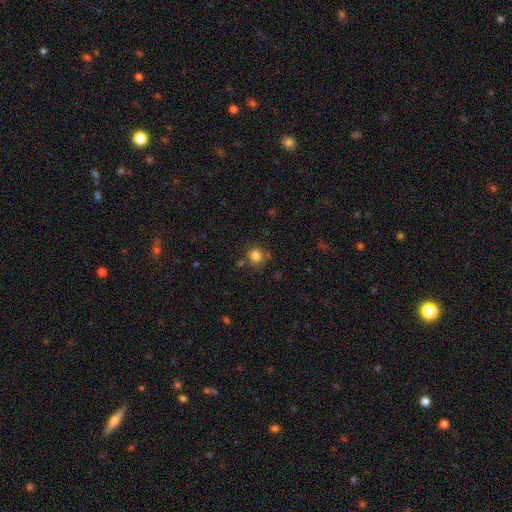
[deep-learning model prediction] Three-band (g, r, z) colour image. It shows a smooth galaxy with no disk features (82%) that is round (88%). Merging: none (77%).